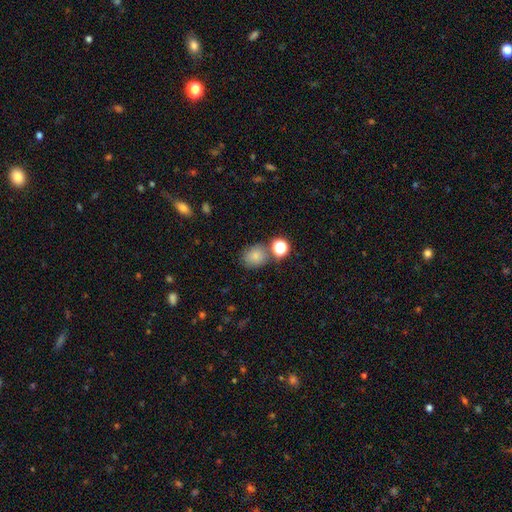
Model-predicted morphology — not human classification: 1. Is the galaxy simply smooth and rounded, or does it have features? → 78% smooth, 14% star or artifact, 7% featured or disk.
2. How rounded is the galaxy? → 64% round, 35% in between, 1% cigar-shaped.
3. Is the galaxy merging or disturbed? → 69% none, 14% merger, 13% minor disturbance, 4% major disturbance.